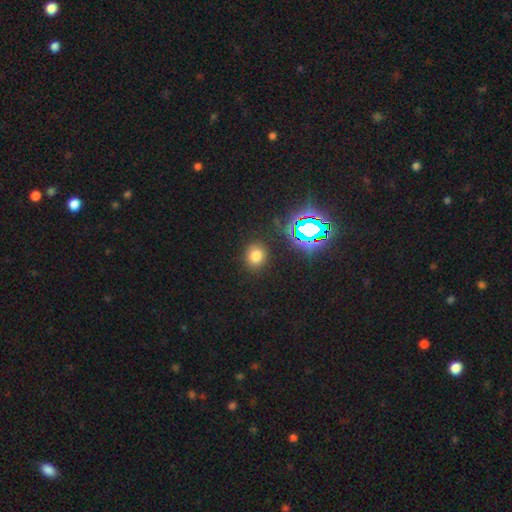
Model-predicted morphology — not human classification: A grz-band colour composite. It shows a smooth galaxy with no disk features (71%) that is round (72%). Merging: none (88%).